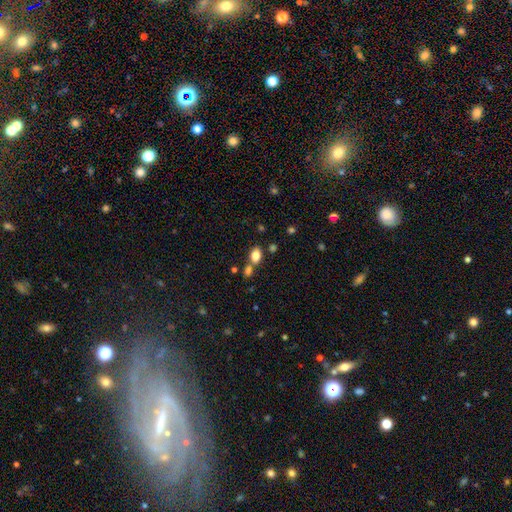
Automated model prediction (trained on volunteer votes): smooth_or_featured: smooth (p=0.82) [alt: star or artifact p=0.10]
how_rounded: in between (p=0.82) [alt: round p=0.15]
merging: none (p=0.59) [alt: merger p=0.26]